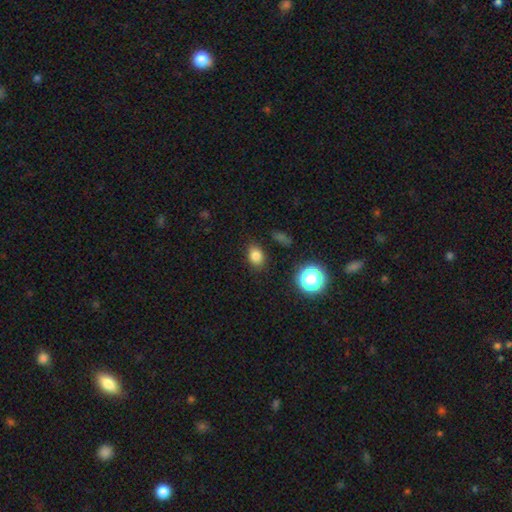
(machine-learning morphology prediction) Smooth or featured? smooth (80%)
How rounded? in between (61%)
Merging? none (83%)